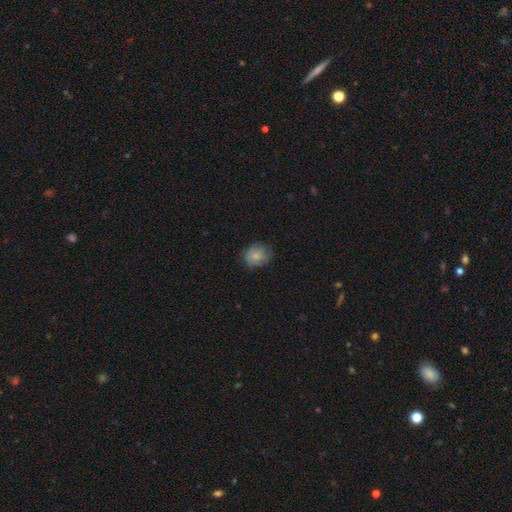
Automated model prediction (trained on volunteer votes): smooth-or-featured: smooth: 76% | featured or disk: 16% | star or artifact: 8%
  how-rounded: round: 68% | in between: 31% | cigar-shaped: 1%
  merging: none: 69% | minor disturbance: 24% | major disturbance: 6% | merger: 1%